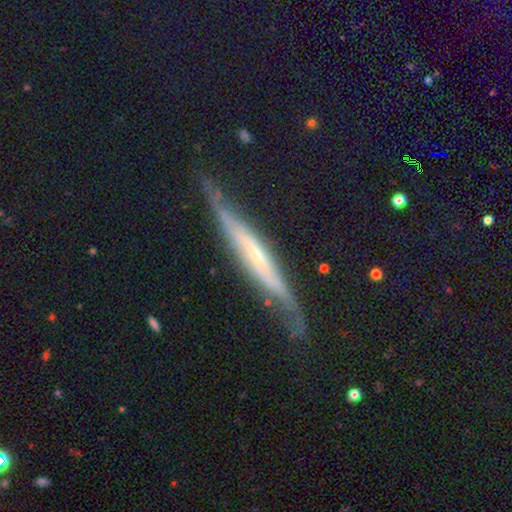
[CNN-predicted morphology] featured or disk 71%, smooth 15%, star or artifact 14%. Down the decision tree: edge-on disk — yes (73%); edge-on bulge — rounded (50%); merging — none (67%).